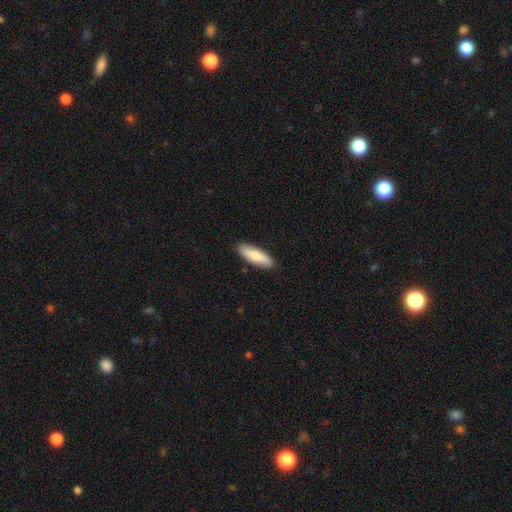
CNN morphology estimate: Overall: smooth (82%). How rounded: in between (53%; cigar-shaped 46%). Merging: none (88%).